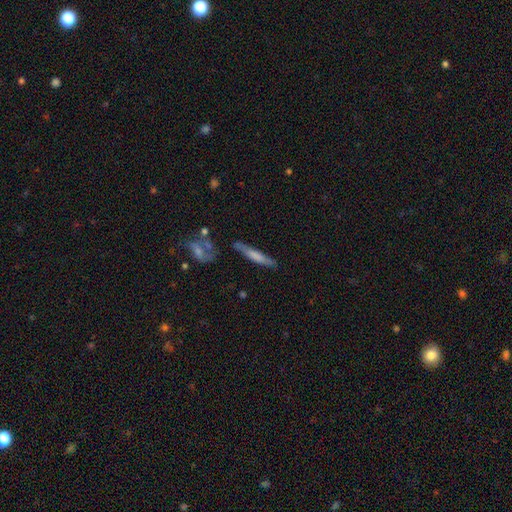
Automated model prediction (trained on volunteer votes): Smooth or featured?
  - smooth: 59% *
  - featured or disk: 35%
  - star or artifact: 6%
How rounded?
  - cigar-shaped: 91% *
  - in between: 7%
  - round: 2%
Merging?
  - none: 71% *
  - minor disturbance: 18%
  - merger: 6%
  - major disturbance: 5%